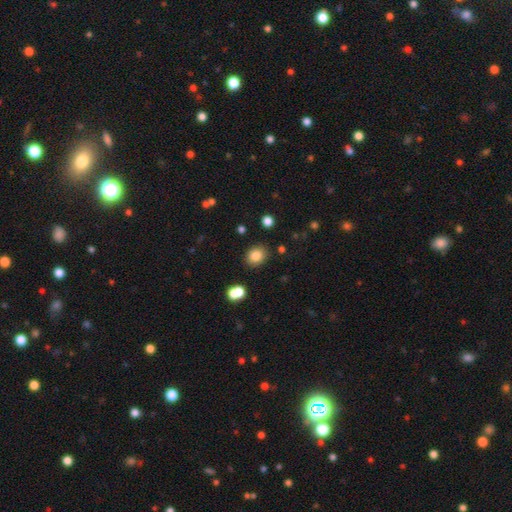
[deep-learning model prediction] A smooth galaxy with no disk features (83%) that is round (63%). Merging: none (85%).